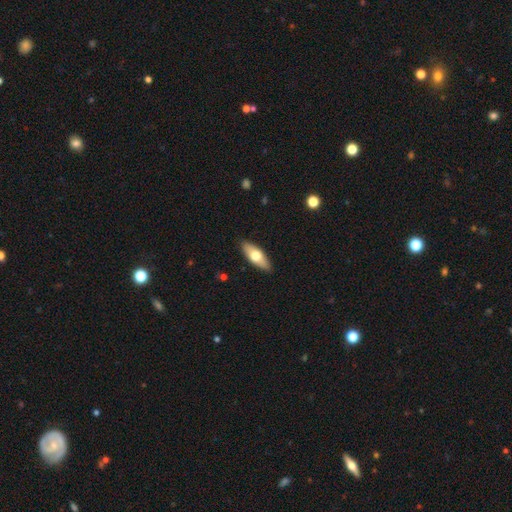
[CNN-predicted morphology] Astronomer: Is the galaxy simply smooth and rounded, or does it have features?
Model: smooth — 62%.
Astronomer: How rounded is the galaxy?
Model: in between — 71%.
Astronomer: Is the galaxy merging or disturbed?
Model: none — 89%.